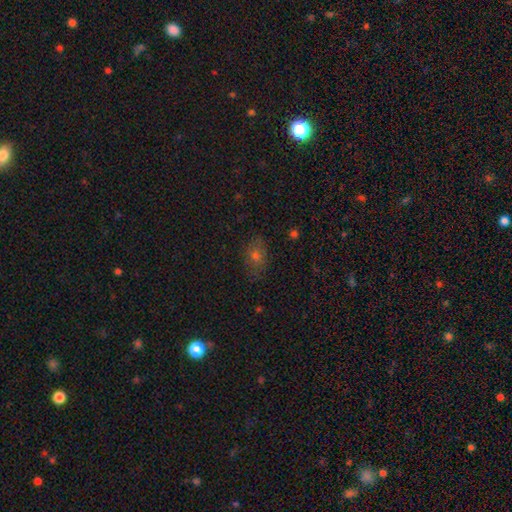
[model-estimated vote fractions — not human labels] Morphology: type=smooth (63%); roundness=in between (68%); merging=none (77%).